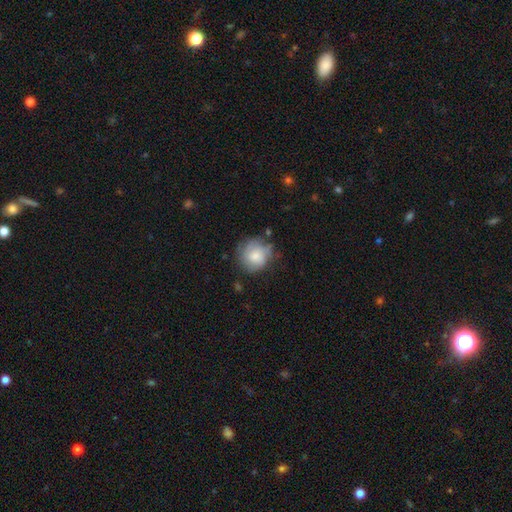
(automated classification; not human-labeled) Smooth or featured? Predicted: smooth (p=0.64). How rounded? Predicted: round (p=0.86). Merging? Predicted: none (p=0.60).